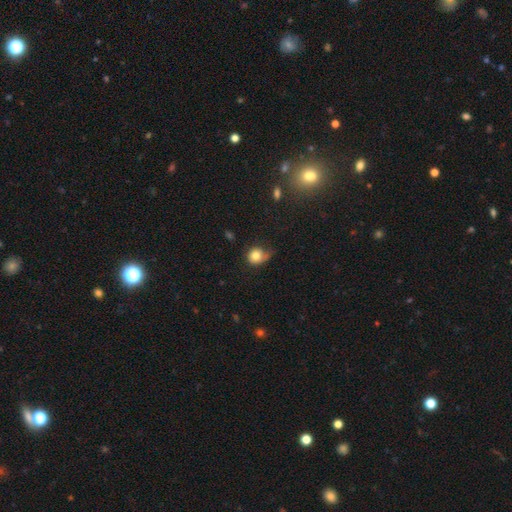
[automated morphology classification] Smooth or featured: smooth — 78% (featured or disk — 12%)
How rounded: round — 75% (in between — 24%)
Merging: none — 44% (minor disturbance — 35%)